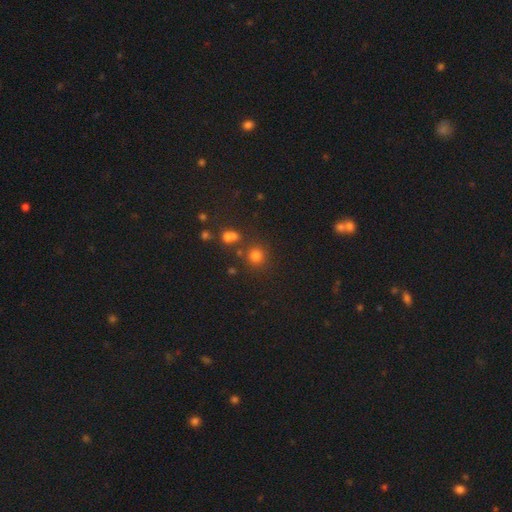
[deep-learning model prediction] A smooth galaxy with no disk features (75%) that is round (90%). Merging: none (75%).